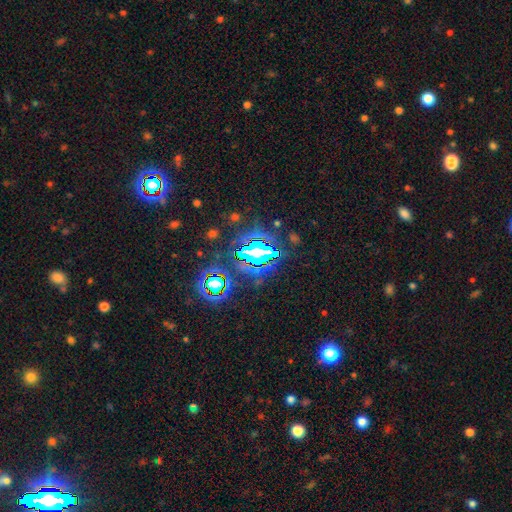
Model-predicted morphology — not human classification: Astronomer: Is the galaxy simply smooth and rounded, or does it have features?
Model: star or artifact — 78%.